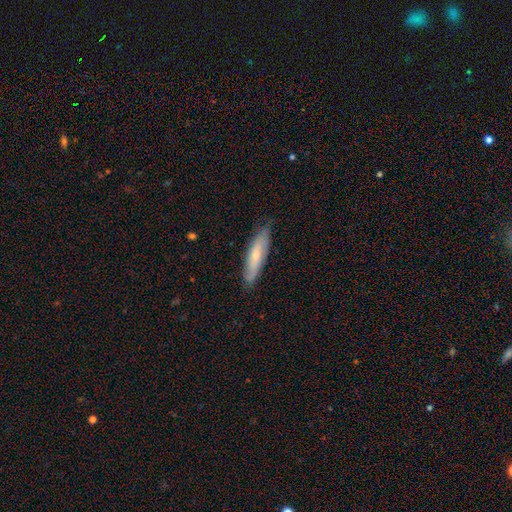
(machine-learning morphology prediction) Overall: smooth (57%; featured or disk 37%). How rounded: cigar-shaped (71%). Merging: none (79%).